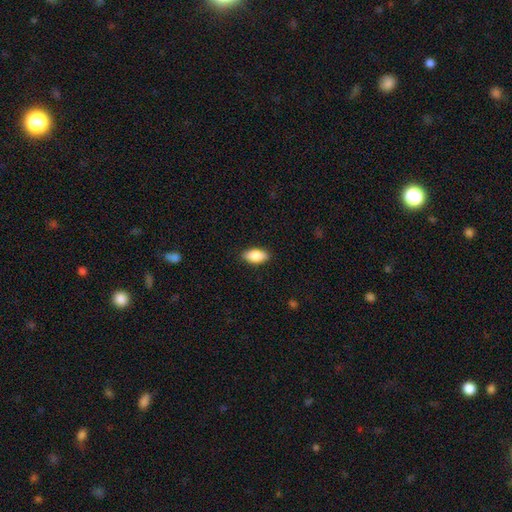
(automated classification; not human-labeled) This is clearly a smooth galaxy (86%). How rounded: clearly in between (92%). Merging: clearly none (88%).